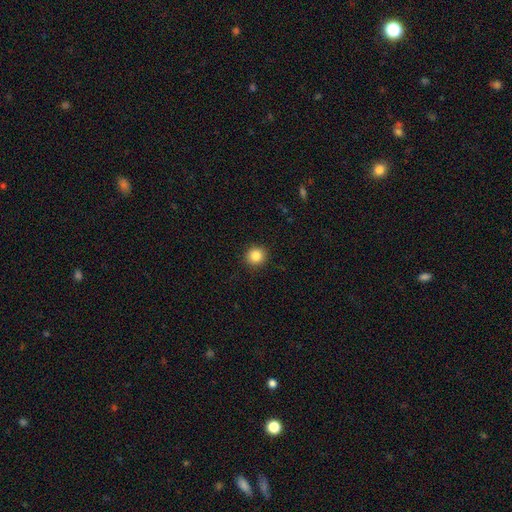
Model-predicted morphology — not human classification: Overall: smooth (86%). How rounded: round (91%). Merging: none (92%).